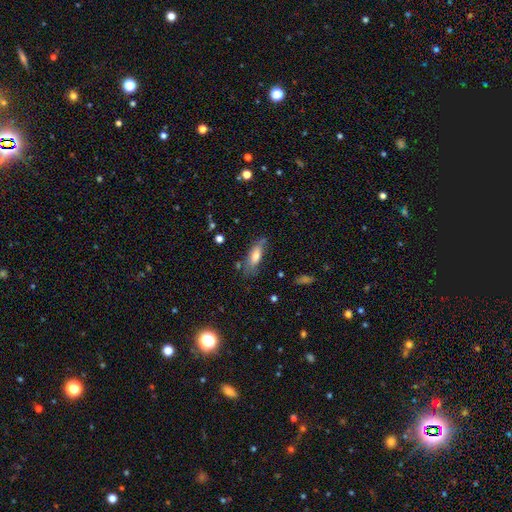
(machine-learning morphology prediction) Overall: smooth (65%; featured or disk 28%). How rounded: in between (66%; cigar-shaped 32%). Merging: none (63%; minor disturbance 25%).